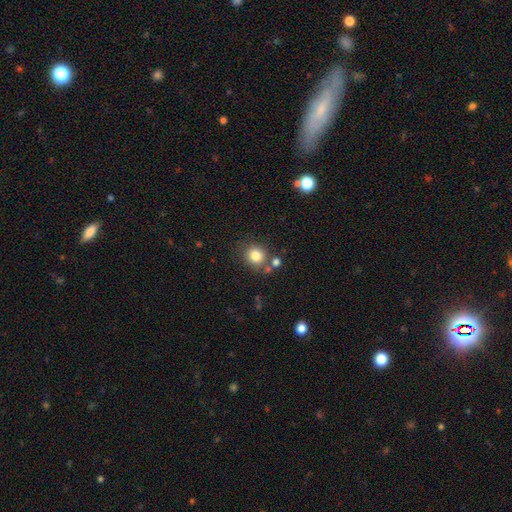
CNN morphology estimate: A smooth galaxy with no disk features (82%) that is round (86%). Merging: none (73%).